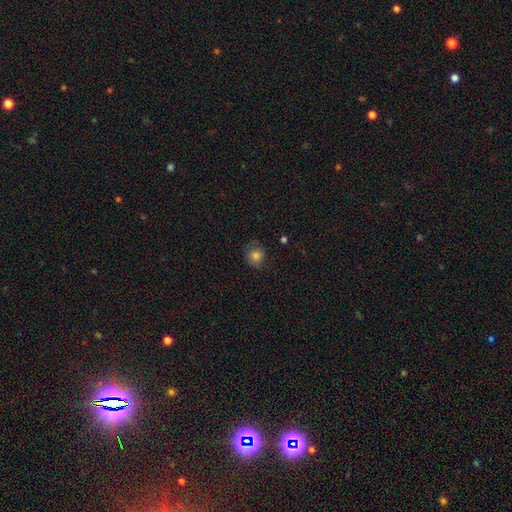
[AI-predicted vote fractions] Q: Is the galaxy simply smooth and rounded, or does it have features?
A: smooth — 79%.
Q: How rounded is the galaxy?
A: round — 78%.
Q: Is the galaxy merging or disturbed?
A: none — 68%.